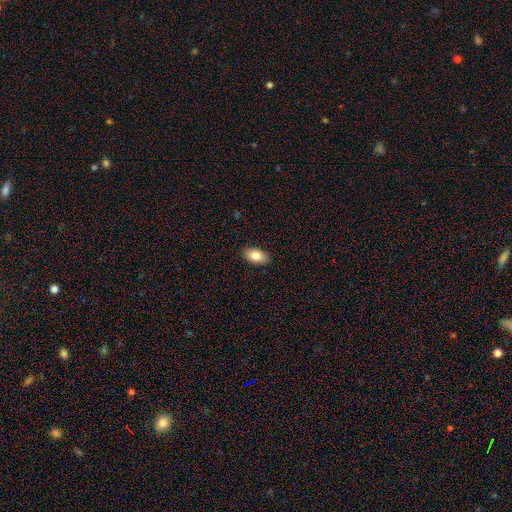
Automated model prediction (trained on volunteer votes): Morphology: type=smooth (84%); roundness=in between (93%); merging=none (89%).